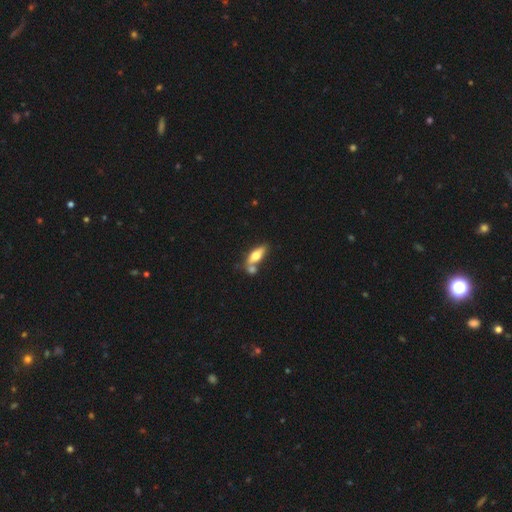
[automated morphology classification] Overall: smooth (62%; featured or disk 32%). How rounded: in between (66%; cigar-shaped 31%). Merging: none (46%; merger 36%).